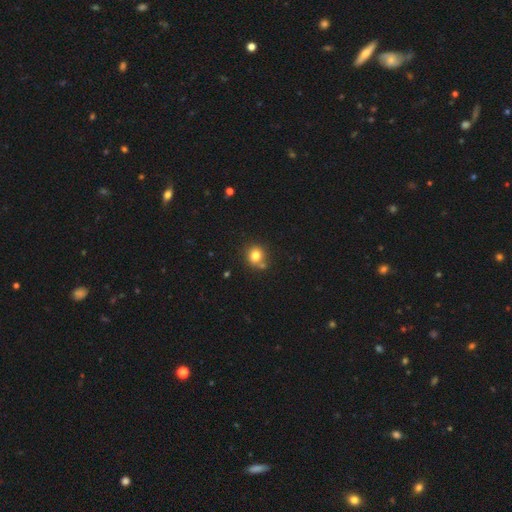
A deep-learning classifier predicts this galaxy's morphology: Overall: smooth (80%). How rounded: round (83%). Merging: none (66%).